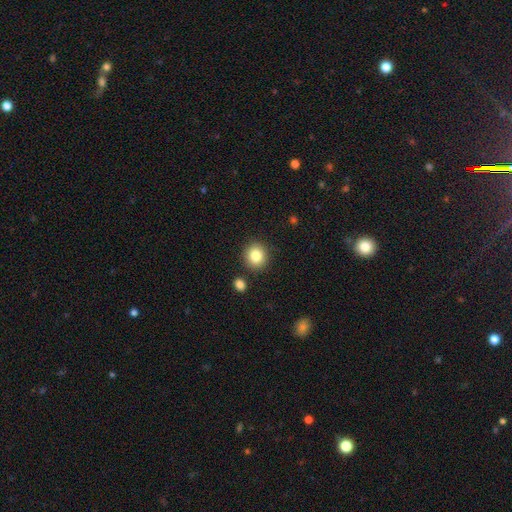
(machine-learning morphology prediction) A smooth galaxy with no disk features (84%) that is round (88%). Merging: none (87%).